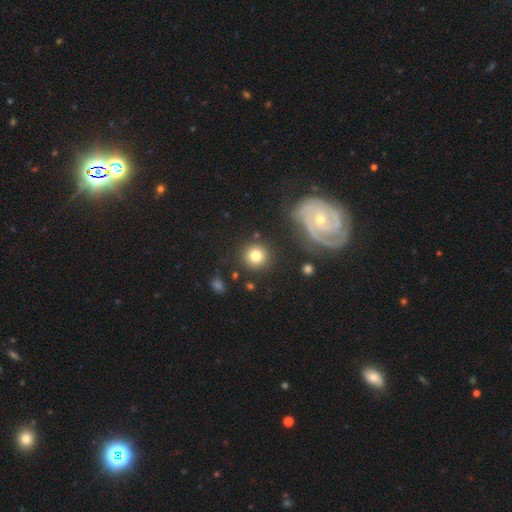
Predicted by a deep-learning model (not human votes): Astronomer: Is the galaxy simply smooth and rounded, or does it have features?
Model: smooth — 76%.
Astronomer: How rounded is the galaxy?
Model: round — 92%.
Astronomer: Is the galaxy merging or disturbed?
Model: none — 86%.